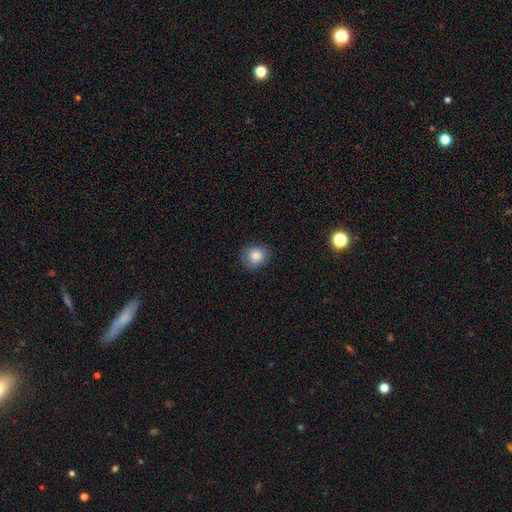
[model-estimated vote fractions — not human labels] Smooth or featured? Predicted: smooth (p=0.83). How rounded? Predicted: round (p=0.80). Merging? Predicted: none (p=0.86).